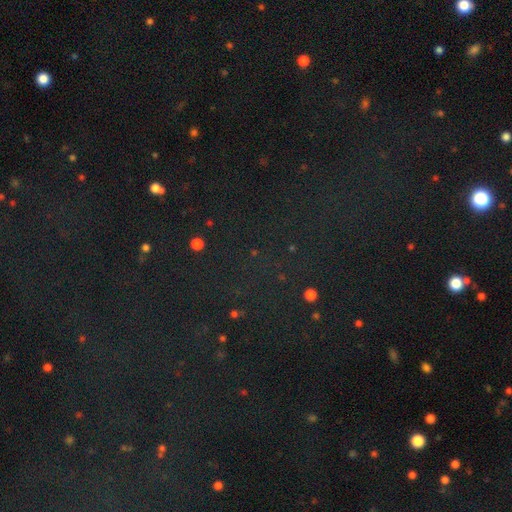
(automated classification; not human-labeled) smooth-or-featured: star or artifact: 77% | smooth: 15% | featured or disk: 9%